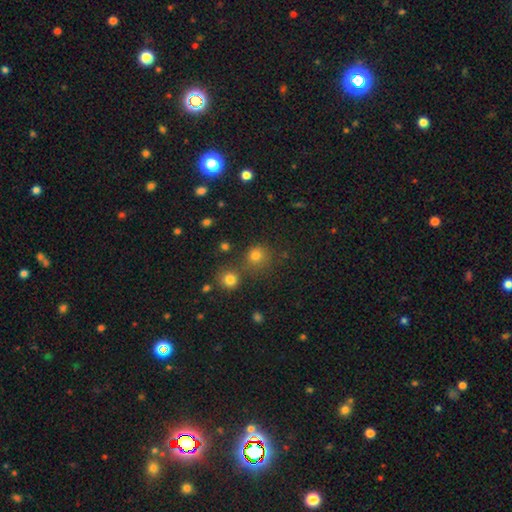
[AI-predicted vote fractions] Q: Smooth or featured?
A: smooth (77%); runner-up: star or artifact (17%)
Q: How rounded?
A: round (89%); runner-up: in between (10%)
Q: Merging?
A: none (69%); runner-up: merger (16%)